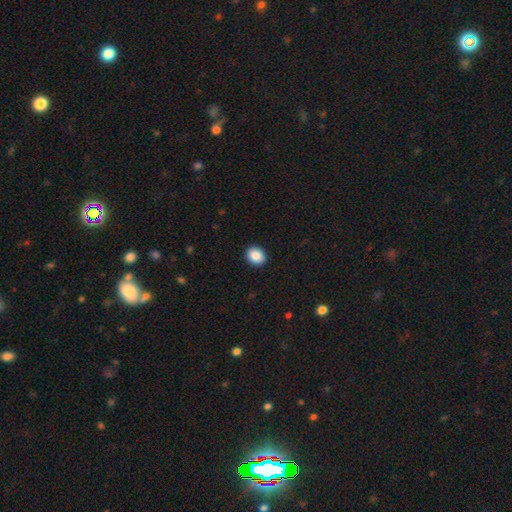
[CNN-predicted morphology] Q: Smooth or featured?
A: smooth (88%); runner-up: star or artifact (8%)
Q: How rounded?
A: round (52%); runner-up: in between (47%)
Q: Merging?
A: none (91%); runner-up: minor disturbance (6%)